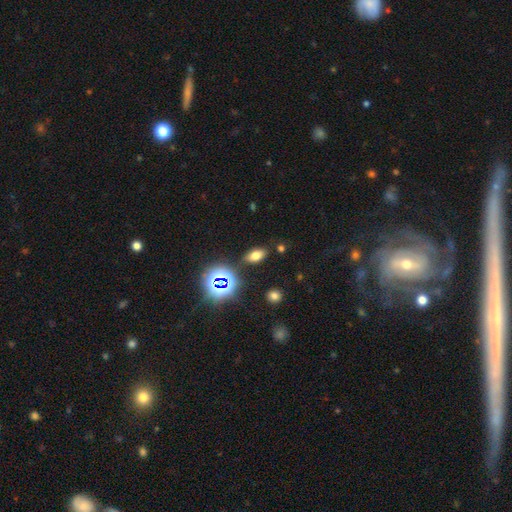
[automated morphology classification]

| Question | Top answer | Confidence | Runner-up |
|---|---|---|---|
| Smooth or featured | smooth | 65% | star or artifact (24%) |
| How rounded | in between | 86% | round (9%) |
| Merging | none | 84% | minor disturbance (10%) |